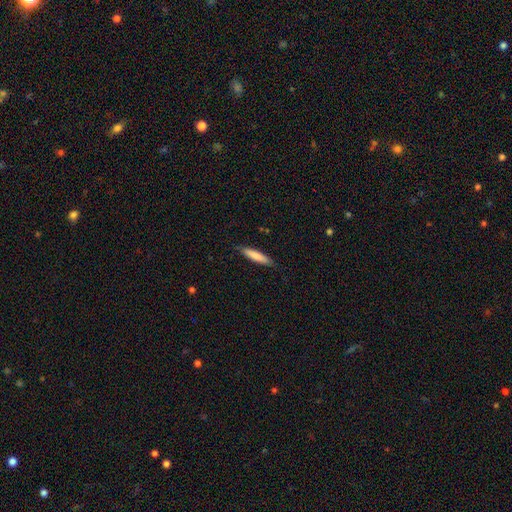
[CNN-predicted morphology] Q: Smooth or featured?
A: smooth (80%); runner-up: featured or disk (14%)
Q: How rounded?
A: cigar-shaped (87%); runner-up: in between (12%)
Q: Merging?
A: none (85%); runner-up: minor disturbance (11%)